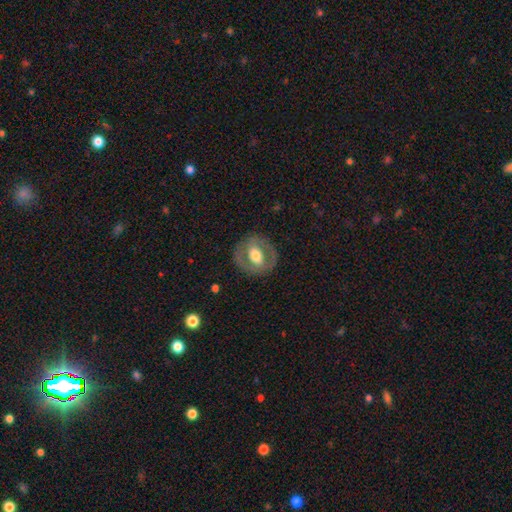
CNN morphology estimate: smooth-or-featured: featured or disk: 58% | smooth: 36% | star or artifact: 6%
  disk-edge-on: no: 94% | yes: 6%
    bar: no: 39% | weak: 33% | strong: 28%
    has-spiral-arms: no: 70% | yes: 30%
    bulge-size: moderate: 61% | large: 26% | small: 9% | dominant: 2% | none: 1%
  merging: none: 81% | minor disturbance: 12% | major disturbance: 7% | merger: 1%